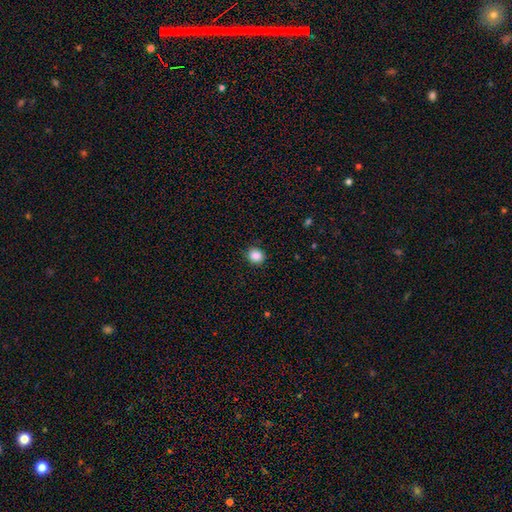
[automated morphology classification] Smooth or featured? smooth (87%)
How rounded? round (78%)
Merging? none (89%)